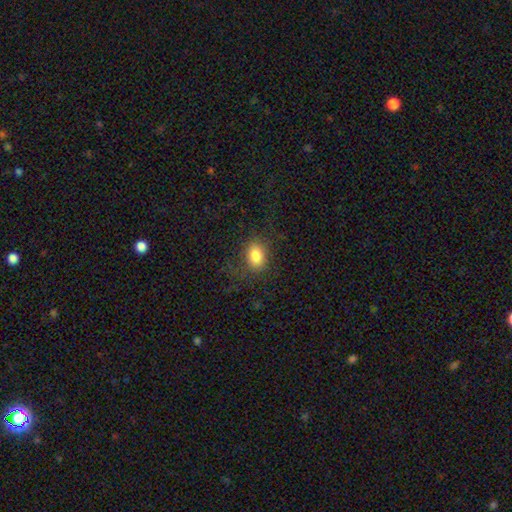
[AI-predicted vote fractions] Smooth or featured: smooth — 82% (star or artifact — 10%)
How rounded: in between — 70% (round — 29%)
Merging: none — 79% (minor disturbance — 13%)